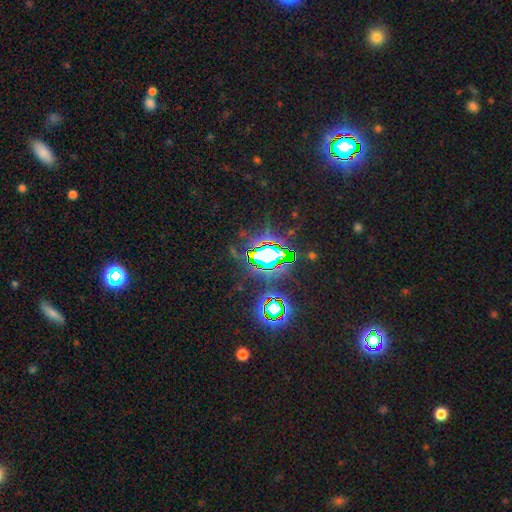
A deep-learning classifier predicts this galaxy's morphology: star or artifact 81%, smooth 11%, featured or disk 8%.